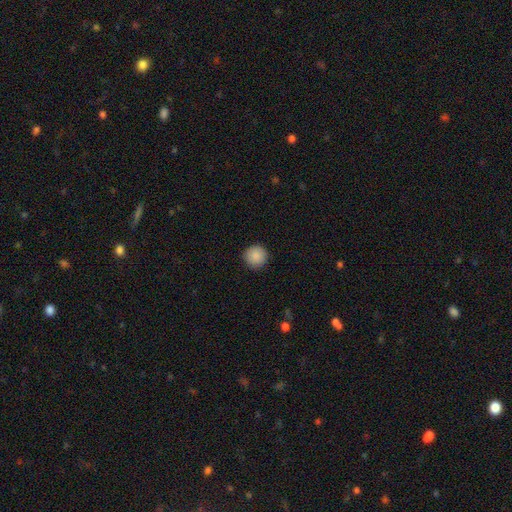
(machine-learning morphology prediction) A smooth galaxy with no disk features (89%) that is round (96%). Merging: none (92%).